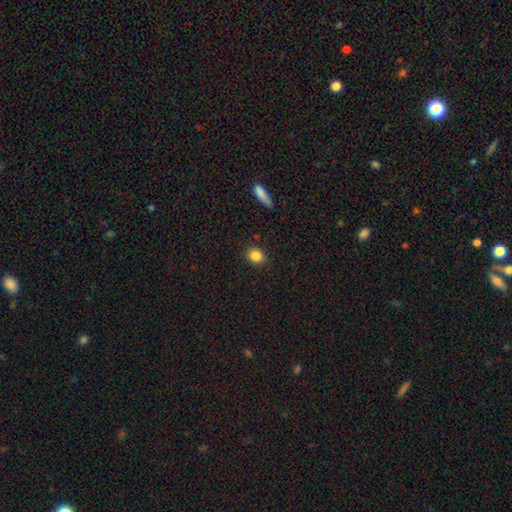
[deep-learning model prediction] Smooth or featured? smooth (85%)
How rounded? round (59%)
Merging? none (88%)